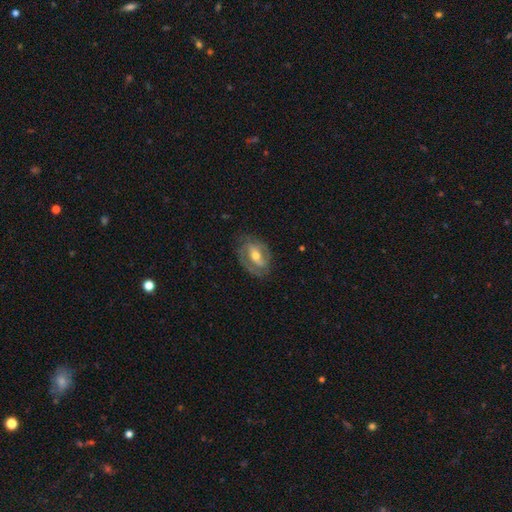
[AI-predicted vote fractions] Smooth or featured?
  - featured or disk: 73% *
  - smooth: 21%
  - star or artifact: 6%
Edge-on disk?
  - no: 94% *
  - yes: 6%
Bar?
  - strong: 38% * (tied)
  - weak: 38% * (tied)
  - no: 24%
Spiral arms?
  - yes: 77% *
  - no: 23%
Spiral winding?
  - tight: 42% *
  - medium: 41%
  - loose: 17%
Spiral arm count?
  - 2: 72% *
  - can't tell: 15%
  - 1: 7%
  - 3: 4%
  - 4: 1%
  - more than 4: 1%
Bulge size?
  - moderate: 69% *
  - small: 23%
  - large: 6%
  - none: 1%
  - dominant: 1%
Merging?
  - none: 72% *
  - minor disturbance: 18%
  - major disturbance: 8%
  - merger: 1%